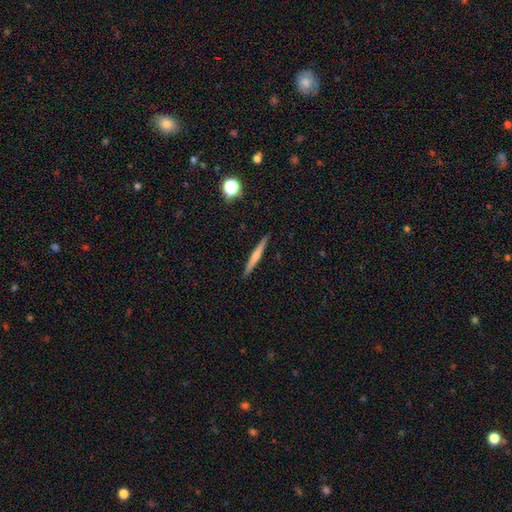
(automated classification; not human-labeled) Smooth or featured? Predicted: smooth (p=0.50). Merging? Predicted: none (p=0.90).